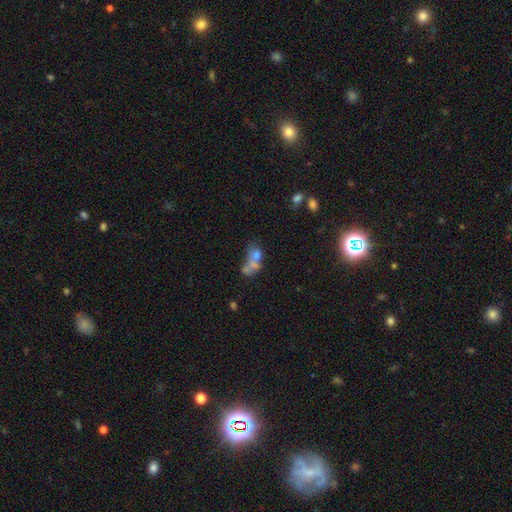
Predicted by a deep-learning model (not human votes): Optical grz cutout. It shows a smooth galaxy with no disk features (58%) that is in between round and cigar-shaped (64%). Merging: merger (61%).